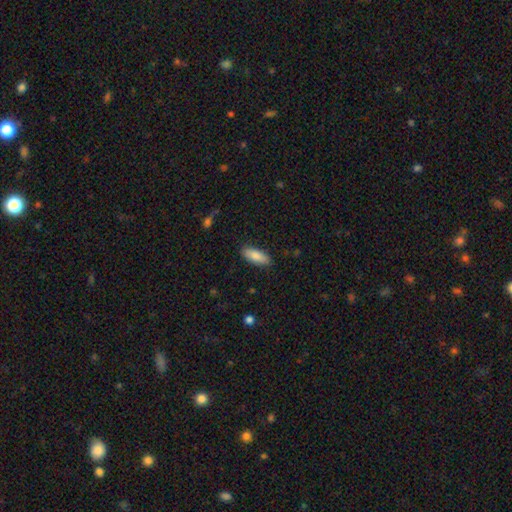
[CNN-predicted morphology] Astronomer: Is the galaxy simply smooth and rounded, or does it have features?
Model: smooth — 85%.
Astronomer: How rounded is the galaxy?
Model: in between — 72%.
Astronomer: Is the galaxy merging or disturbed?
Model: none — 86%.